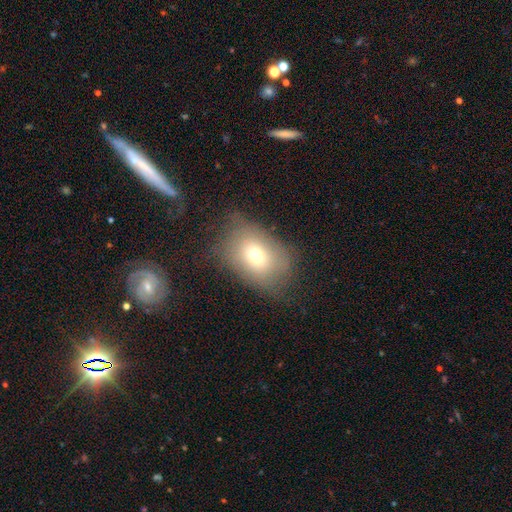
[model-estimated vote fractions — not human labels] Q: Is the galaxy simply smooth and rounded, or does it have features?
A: smooth — 68%.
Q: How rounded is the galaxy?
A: in between — 71%.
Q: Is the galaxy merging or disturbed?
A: none — 61%.